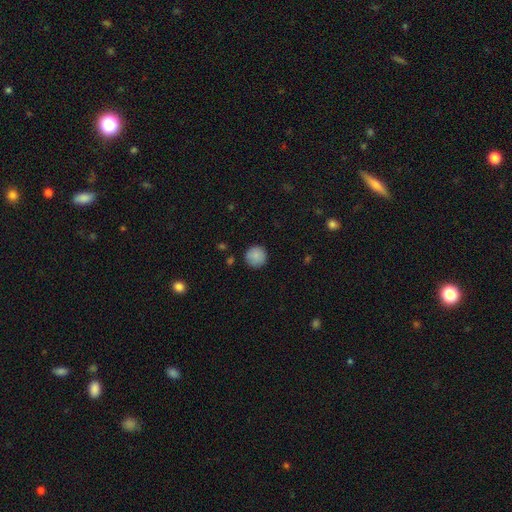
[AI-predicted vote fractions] This is clearly a smooth galaxy (88%). How rounded: clearly round (95%). Merging: clearly none (90%).